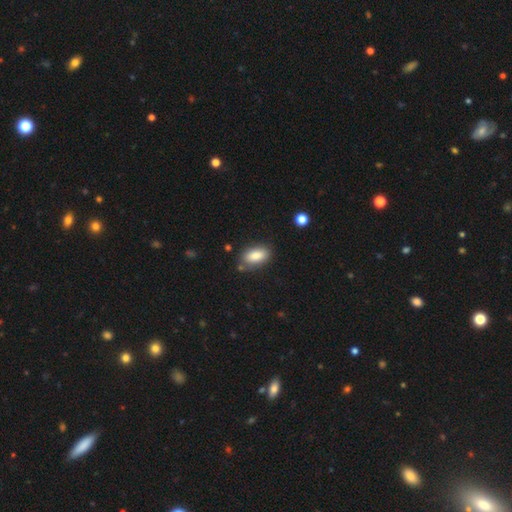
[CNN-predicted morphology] A smooth galaxy with no disk features (86%) that is in between round and cigar-shaped (92%).

Vote fractions:
- Smooth or featured? smooth: 86% / featured or disk: 7% / star or artifact: 7%
- How rounded? in between: 92% / round: 4% / cigar-shaped: 4%
- Merging? none: 76% / minor disturbance: 15% / merger: 5% / major disturbance: 4%